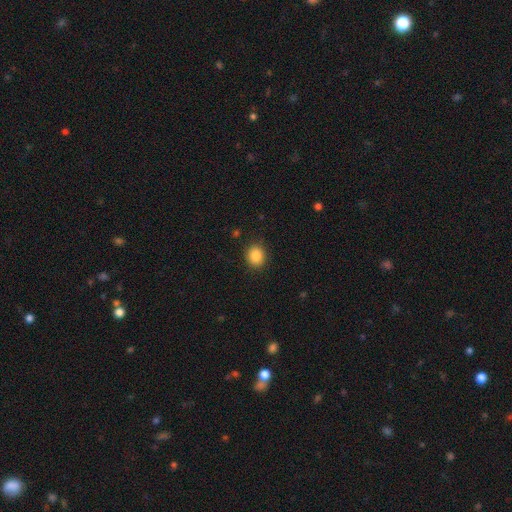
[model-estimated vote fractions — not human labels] This appears to be a smooth galaxy with no disk features (86%) that is round (73%). Merging: none (89%).